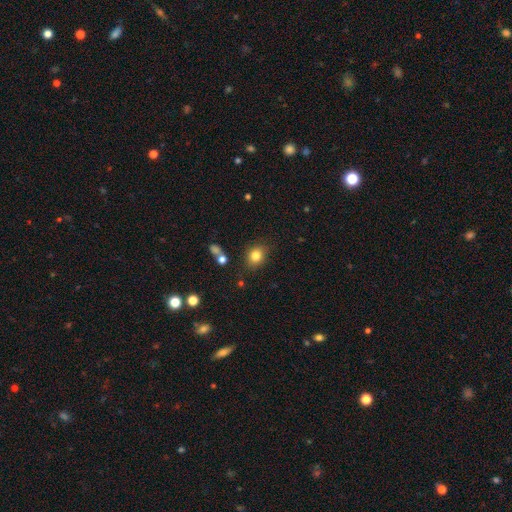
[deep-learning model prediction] Q: Smooth or featured?
A: smooth (82%); runner-up: star or artifact (11%)
Q: How rounded?
A: round (60%); runner-up: in between (39%)
Q: Merging?
A: none (82%); runner-up: minor disturbance (11%)